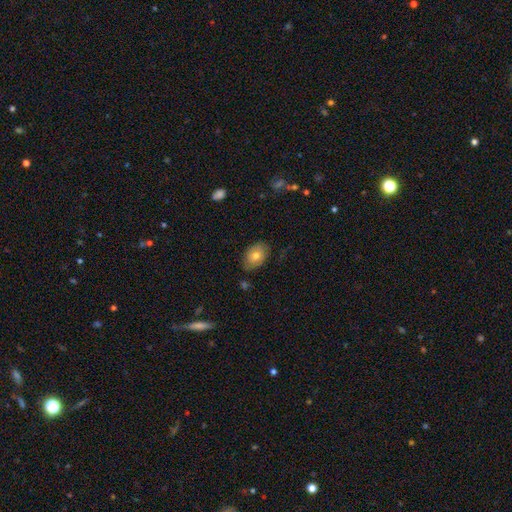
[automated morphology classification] This appears to be a smooth galaxy with no disk features (70%) that is in between round and cigar-shaped (82%). Merging: none (75%).